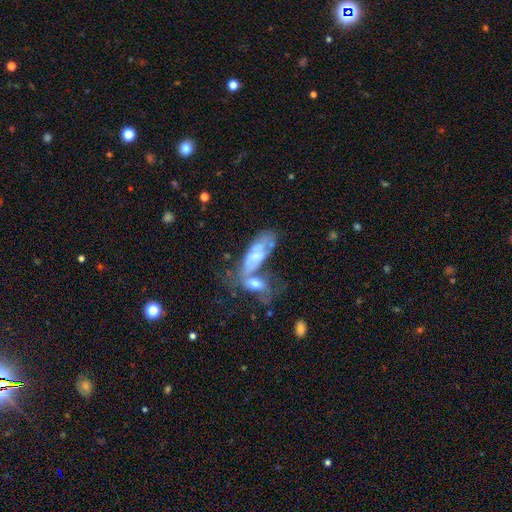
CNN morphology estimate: smooth 47%, featured or disk 45%, star or artifact 8%. Down the decision tree: merging — merger (46%).